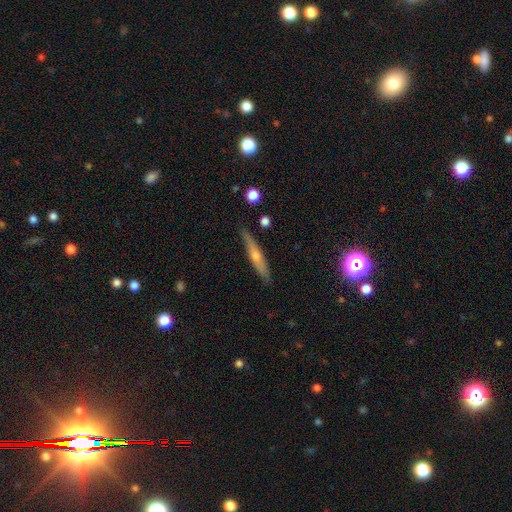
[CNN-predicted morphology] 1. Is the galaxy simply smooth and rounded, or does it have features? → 56% featured or disk, 36% smooth, 8% star or artifact.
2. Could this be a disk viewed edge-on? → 93% yes, 7% no.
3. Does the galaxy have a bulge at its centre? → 79% rounded, 17% none, 4% boxy.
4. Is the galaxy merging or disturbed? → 87% none, 10% minor disturbance, 2% major disturbance, 1% merger.